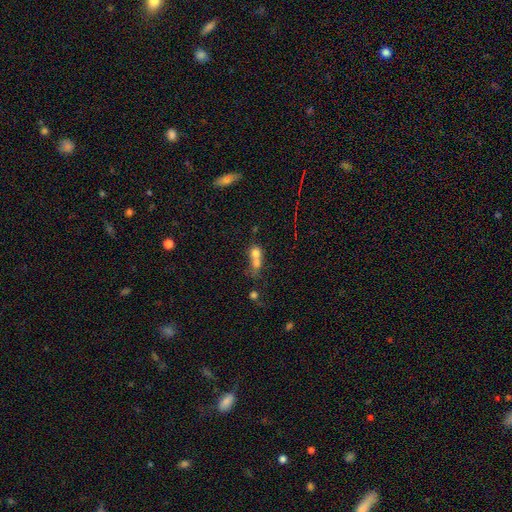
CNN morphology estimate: Smooth or featured: smooth — 68% (featured or disk — 19%)
How rounded: round — 63% (in between — 33%)
Merging: merger — 68% (none — 21%)